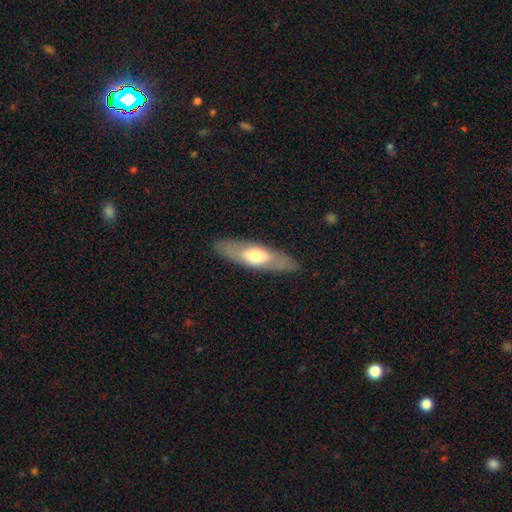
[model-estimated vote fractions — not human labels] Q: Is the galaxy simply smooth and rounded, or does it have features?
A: smooth — 50%.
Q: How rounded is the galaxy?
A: in between — 50%.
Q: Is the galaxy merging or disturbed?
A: none — 86%.